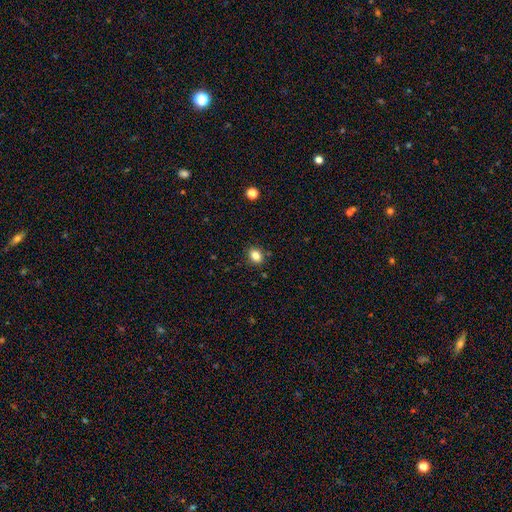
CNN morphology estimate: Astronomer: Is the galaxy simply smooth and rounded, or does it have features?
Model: smooth — 84%.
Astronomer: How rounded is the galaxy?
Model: in between — 58% (runner-up: round, 41%).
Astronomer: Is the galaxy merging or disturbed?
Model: none — 86%.